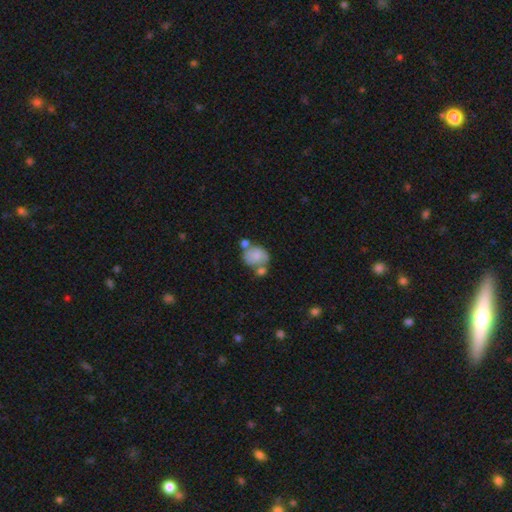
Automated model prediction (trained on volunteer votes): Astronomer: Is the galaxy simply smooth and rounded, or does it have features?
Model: smooth — 57% (runner-up: featured or disk, 35%).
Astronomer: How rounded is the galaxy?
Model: round — 60% (runner-up: in between, 39%).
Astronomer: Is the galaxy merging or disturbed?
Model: none — 36% (runner-up: merger, 35%).